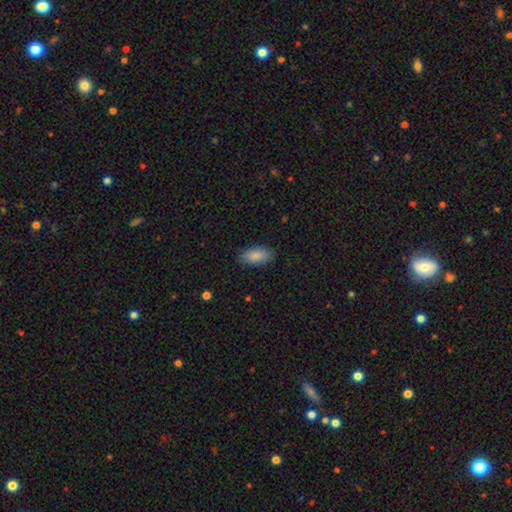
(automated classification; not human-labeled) Smooth or featured? smooth (87%)
How rounded? in between (92%)
Merging? none (85%)